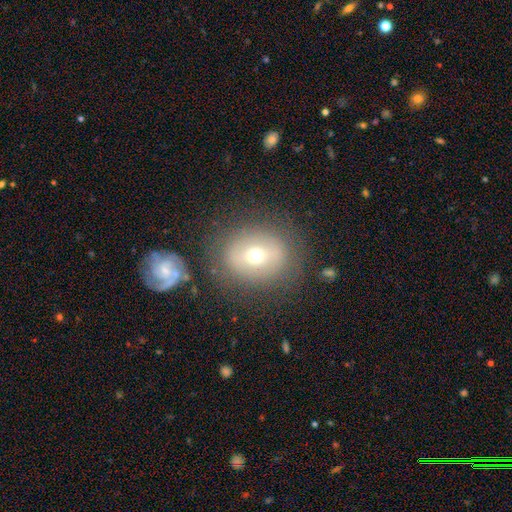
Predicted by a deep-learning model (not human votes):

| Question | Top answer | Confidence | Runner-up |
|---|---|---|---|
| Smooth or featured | smooth | 54% | featured or disk (36%) |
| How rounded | round | 68% | in between (31%) |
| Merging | none | 75% | minor disturbance (13%) |